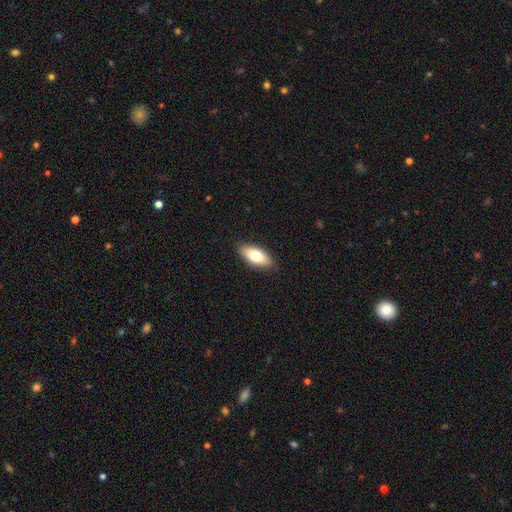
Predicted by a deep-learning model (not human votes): A smooth galaxy with no disk features (75%) that is in between round and cigar-shaped (86%).

Vote fractions:
- Smooth or featured? smooth: 75% / featured or disk: 19% / star or artifact: 7%
- How rounded? in between: 86% / cigar-shaped: 11% / round: 3%
- Merging? none: 88% / minor disturbance: 9% / major disturbance: 2% / merger: 1%